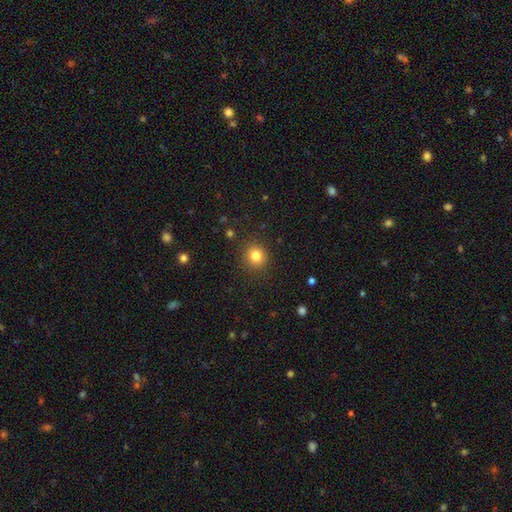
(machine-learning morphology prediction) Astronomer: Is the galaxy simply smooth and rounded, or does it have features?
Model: smooth — 82%.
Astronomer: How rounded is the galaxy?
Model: round — 89%.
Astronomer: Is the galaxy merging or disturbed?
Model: none — 89%.